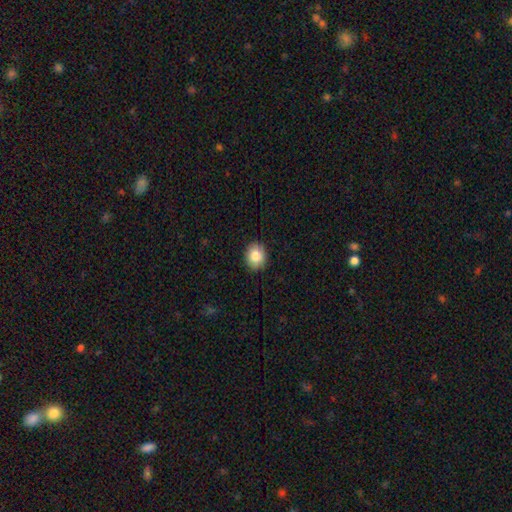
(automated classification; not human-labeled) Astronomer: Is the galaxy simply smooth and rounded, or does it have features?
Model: smooth — 85%.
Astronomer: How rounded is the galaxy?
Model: round — 54% (runner-up: in between, 45%).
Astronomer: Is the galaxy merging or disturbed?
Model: none — 90%.